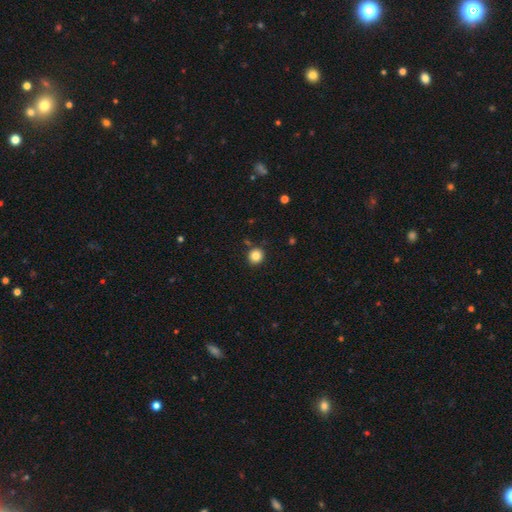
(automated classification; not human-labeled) Smooth or featured? smooth (85%)
How rounded? round (92%)
Merging? none (88%)